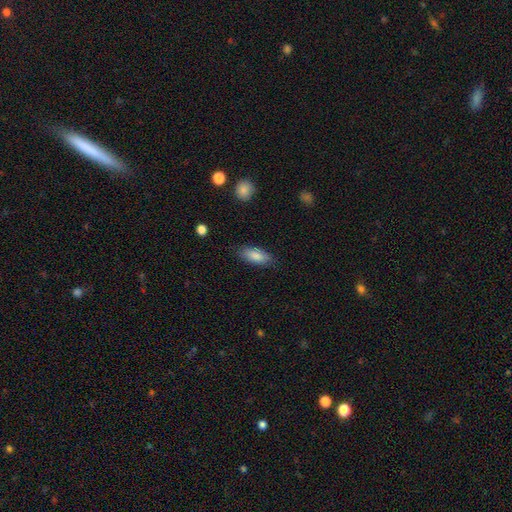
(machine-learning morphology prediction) Q: Smooth or featured?
A: smooth (85%); runner-up: featured or disk (9%)
Q: How rounded?
A: in between (82%); runner-up: cigar-shaped (16%)
Q: Merging?
A: none (82%); runner-up: minor disturbance (13%)